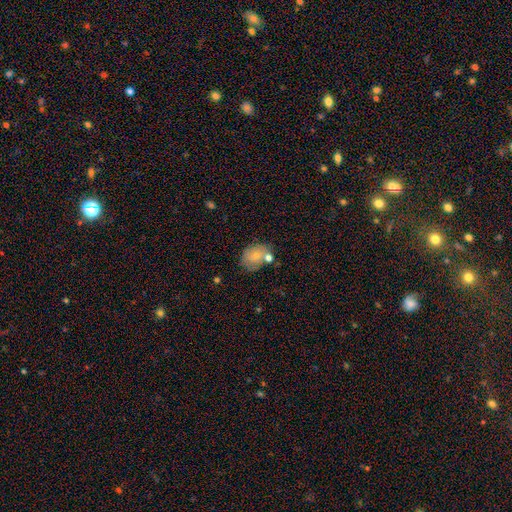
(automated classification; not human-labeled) The model was most divided on "how rounded": in between: 61%, round: 38%, cigar-shaped: 1%. More confident: smooth or featured — smooth (69%); merging — none (54%).